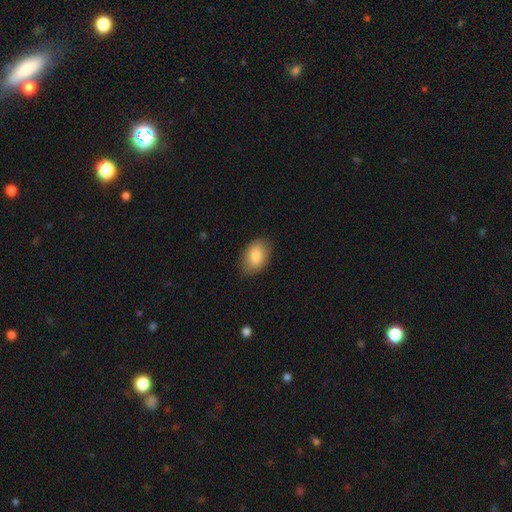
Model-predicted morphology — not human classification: smooth_or_featured: smooth (p=0.83) [alt: featured or disk p=0.10]
how_rounded: in between (p=0.88) [alt: round p=0.11]
merging: none (p=0.84) [alt: minor disturbance p=0.12]